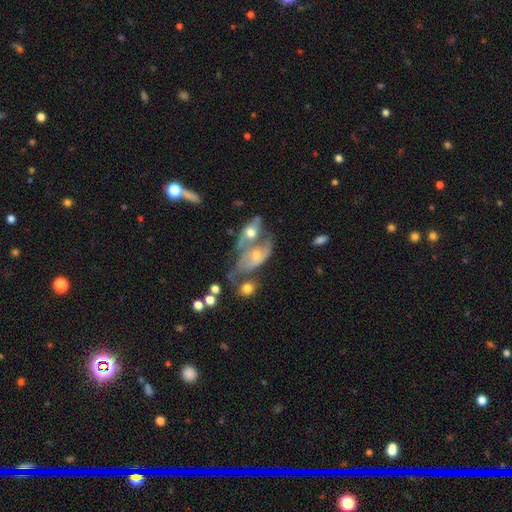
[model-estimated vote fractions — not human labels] A featured or disk galaxy (68%) with no bar (71%), spiral arms (70%) and a small central bulge (50%). Merging: merger (57%).